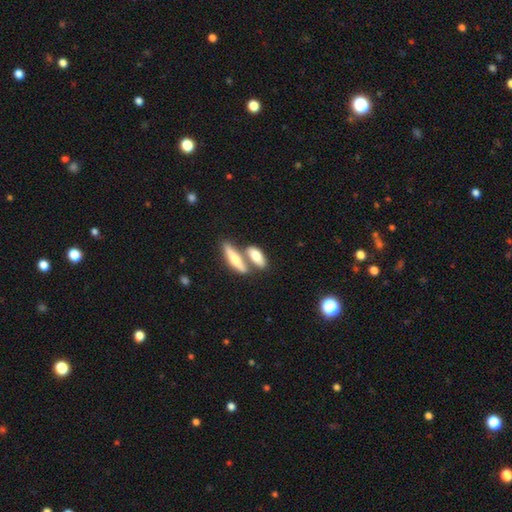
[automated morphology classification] Smooth or featured?
  - smooth: 66% *
  - featured or disk: 28%
  - star or artifact: 6%
How rounded?
  - in between: 68% *
  - cigar-shaped: 27%
  - round: 4%
Merging?
  - merger: 44% * (tied)
  - none: 44% * (tied)
  - minor disturbance: 9%
  - major disturbance: 3%